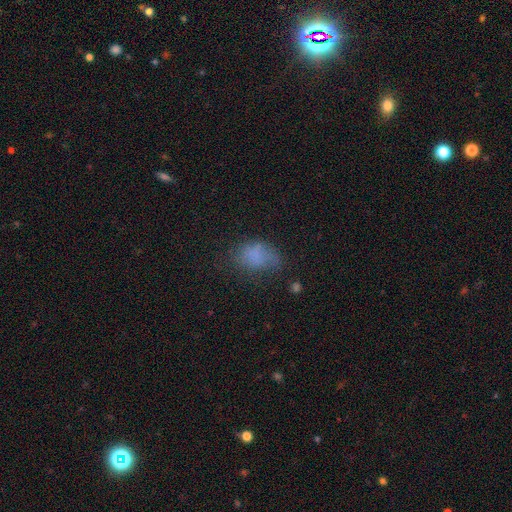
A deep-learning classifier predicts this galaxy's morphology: The model was most divided on "merging": none: 45%, minor disturbance: 30%, major disturbance: 21%, merger: 4%. More confident: how rounded — in between (80%); smooth or featured — smooth (71%).